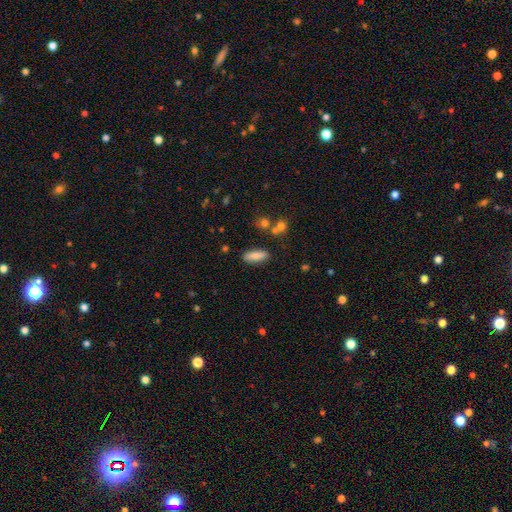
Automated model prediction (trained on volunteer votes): smooth_or_featured: smooth (p=0.83) [alt: featured or disk p=0.09]
how_rounded: in between (p=0.59) [alt: cigar-shaped p=0.39]
merging: none (p=0.83) [alt: minor disturbance p=0.11]